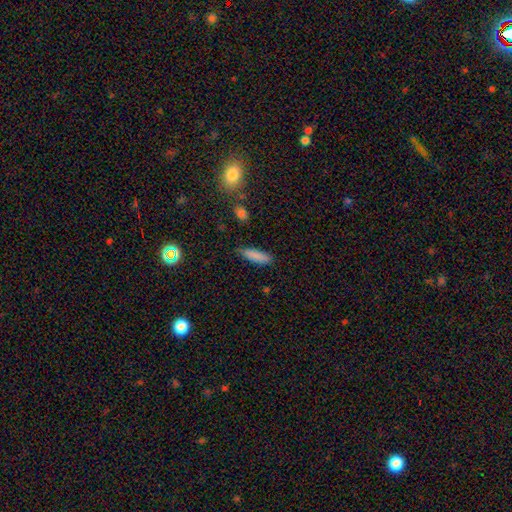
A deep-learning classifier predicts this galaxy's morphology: smooth_or_featured: smooth (p=0.86) [alt: star or artifact p=0.08]
how_rounded: cigar-shaped (p=0.57) [alt: in between p=0.41]
merging: none (p=0.81) [alt: minor disturbance p=0.14]